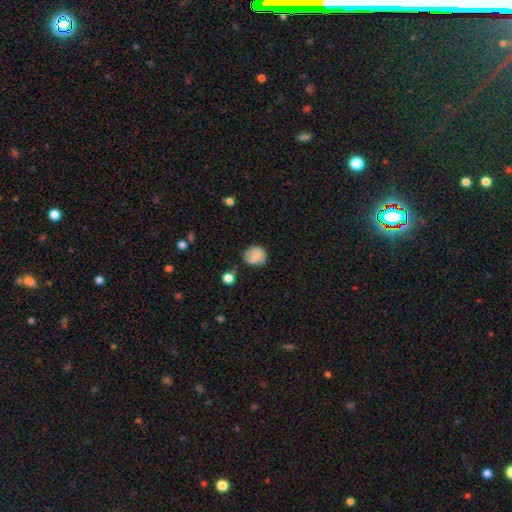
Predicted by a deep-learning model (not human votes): smooth 72%, featured or disk 18%, star or artifact 9%. Down the decision tree: how rounded — round (75%); merging — none (54%).